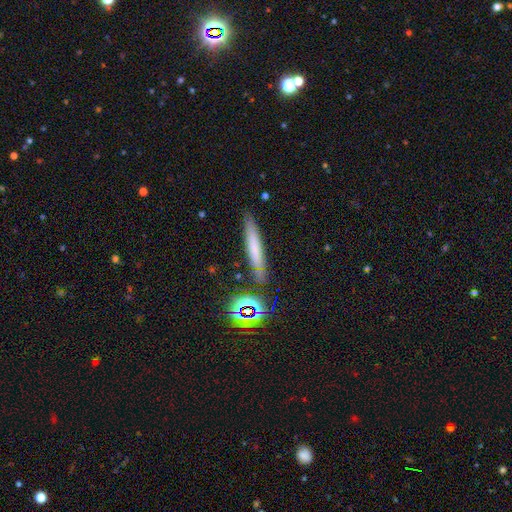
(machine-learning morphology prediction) Smooth or featured: smooth — 67% (featured or disk — 22%)
How rounded: cigar-shaped — 91% (in between — 7%)
Merging: none — 83% (minor disturbance — 11%)